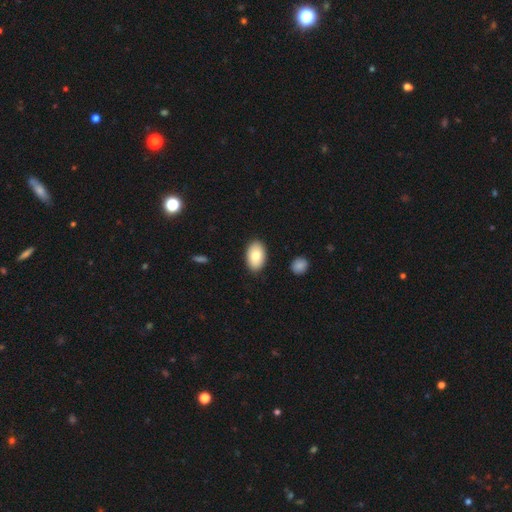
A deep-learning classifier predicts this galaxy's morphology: A smooth galaxy with no disk features (79%) that is in between round and cigar-shaped (92%).

Vote fractions:
- Smooth or featured? smooth: 79% / featured or disk: 14% / star or artifact: 7%
- How rounded? in between: 92% / round: 7% / cigar-shaped: 1%
- Merging? none: 88% / minor disturbance: 9% / major disturbance: 2% / merger: 2%